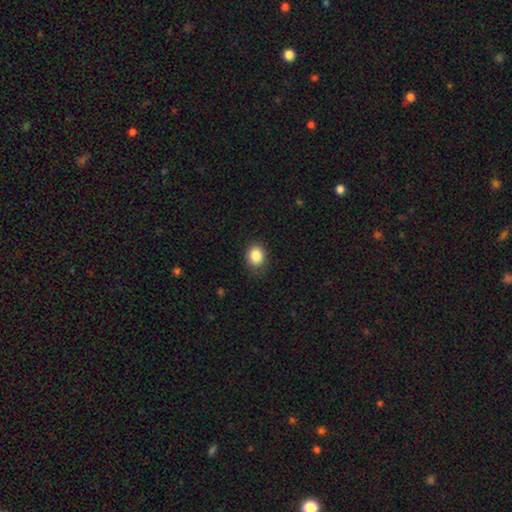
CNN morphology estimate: Smooth or featured: smooth — 85% (star or artifact — 10%)
How rounded: round — 65% (in between — 34%)
Merging: none — 84% (minor disturbance — 13%)